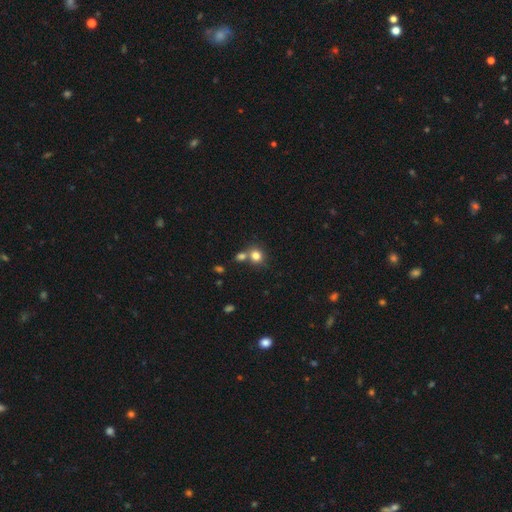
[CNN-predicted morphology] Smooth or featured?
  - smooth: 81% *
  - star or artifact: 12%
  - featured or disk: 7%
How rounded?
  - round: 80% *
  - in between: 19%
  - cigar-shaped: 1%
Merging?
  - none: 58% *
  - merger: 30%
  - minor disturbance: 9%
  - major disturbance: 3%